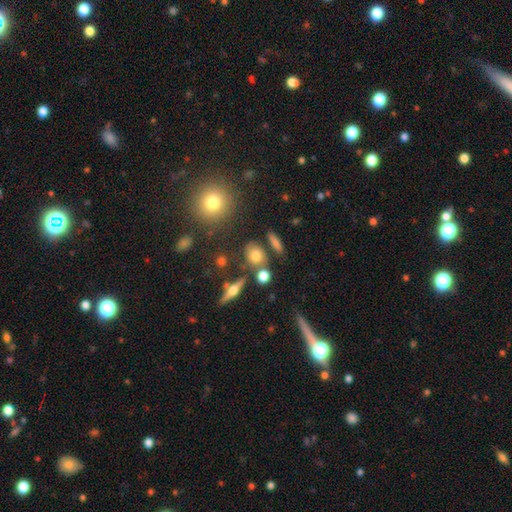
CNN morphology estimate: Overall: smooth (66%). How rounded: in between (48%; round 46%). Merging: none (68%).